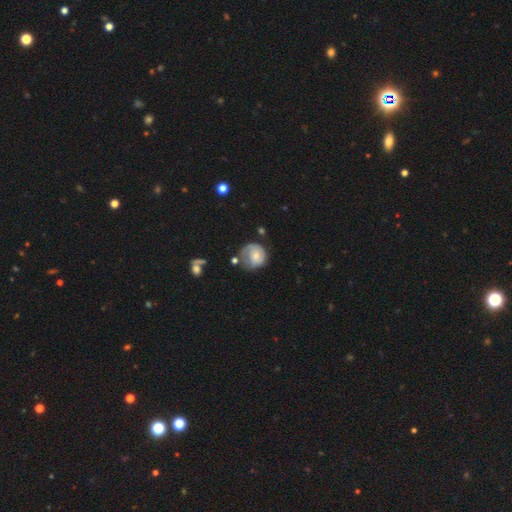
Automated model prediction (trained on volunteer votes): A featured or disk galaxy (48%). Merging: none (49%).